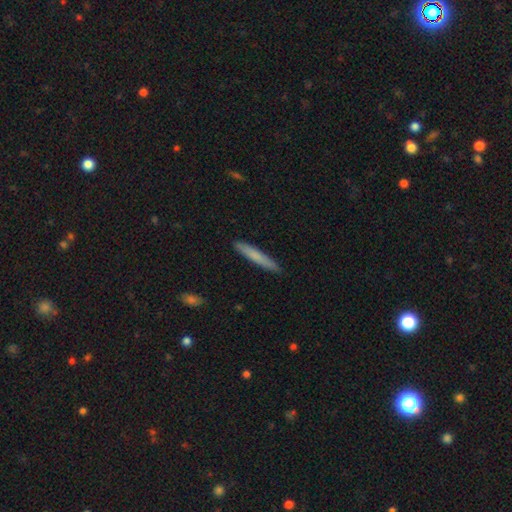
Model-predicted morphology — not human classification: smooth_or_featured: smooth (p=0.72) [alt: featured or disk p=0.22]
how_rounded: cigar-shaped (p=0.95) [alt: in between p=0.04]
merging: none (p=0.90) [alt: minor disturbance p=0.08]